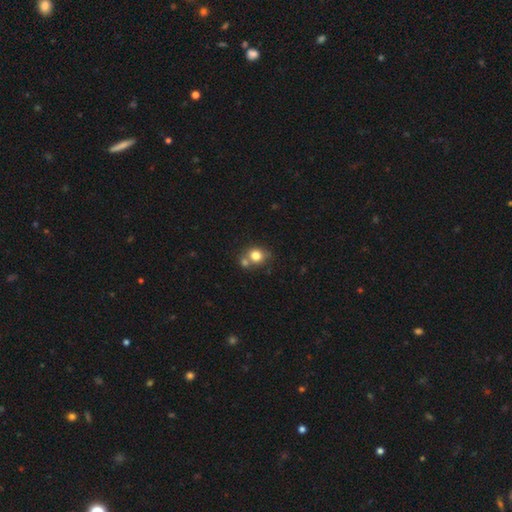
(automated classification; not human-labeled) Smooth or featured: smooth — 79% (star or artifact — 11%)
How rounded: round — 75% (in between — 24%)
Merging: none — 52% (merger — 34%)